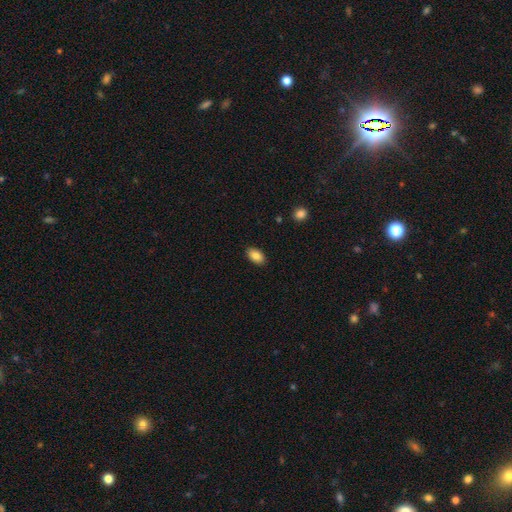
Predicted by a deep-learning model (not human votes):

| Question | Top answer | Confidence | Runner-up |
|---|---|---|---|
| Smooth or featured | smooth | 86% | star or artifact (7%) |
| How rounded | in between | 93% | round (5%) |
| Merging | none | 89% | minor disturbance (8%) |